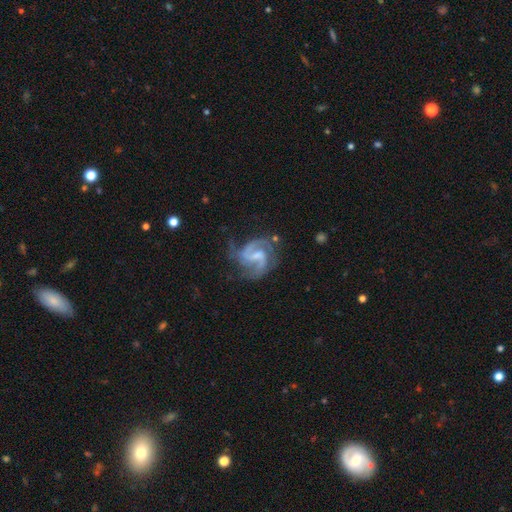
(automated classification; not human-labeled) This is clearly a featured or disk galaxy (89%). It is clearly not viewed edge-on (98%). Bar: possibly weak (55%). Spiral arm pattern: clearly yes (97%). Spiral arm count: likely 2 (68%). Spiral winding: possibly medium (57%). Central bulge: marginally small (39%). Merging: possibly none (57%).